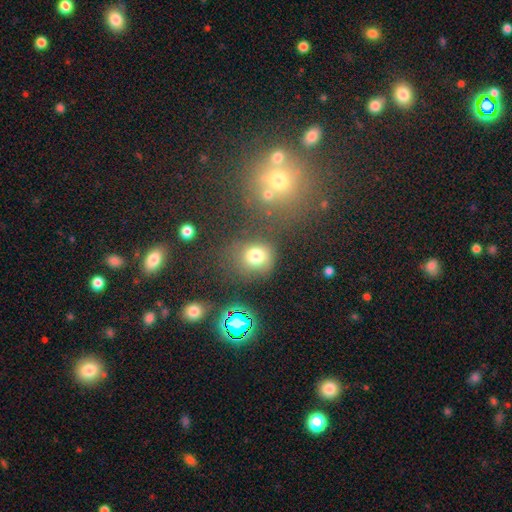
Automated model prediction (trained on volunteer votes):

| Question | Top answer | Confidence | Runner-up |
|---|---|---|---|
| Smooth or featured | smooth | 75% | star or artifact (16%) |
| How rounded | round | 74% | in between (25%) |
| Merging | none | 64% | minor disturbance (18%) |